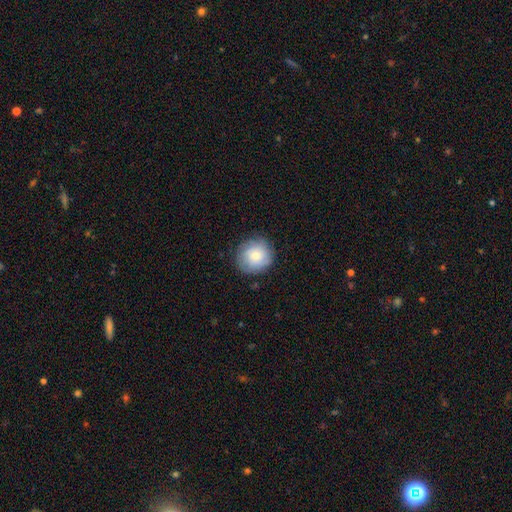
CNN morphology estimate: smooth 77%, featured or disk 16%, star or artifact 7%. Down the decision tree: how rounded — round (89%); merging — none (83%).